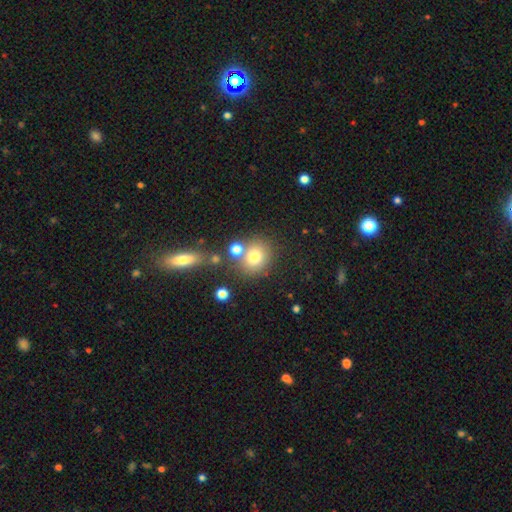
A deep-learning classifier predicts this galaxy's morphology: A smooth galaxy with no disk features (72%) that is round (77%).

Vote fractions:
- Smooth or featured? smooth: 72% / star or artifact: 15% / featured or disk: 13%
- How rounded? round: 77% / in between: 21% / cigar-shaped: 2%
- Merging? none: 68% / merger: 17% / minor disturbance: 10% / major disturbance: 4%